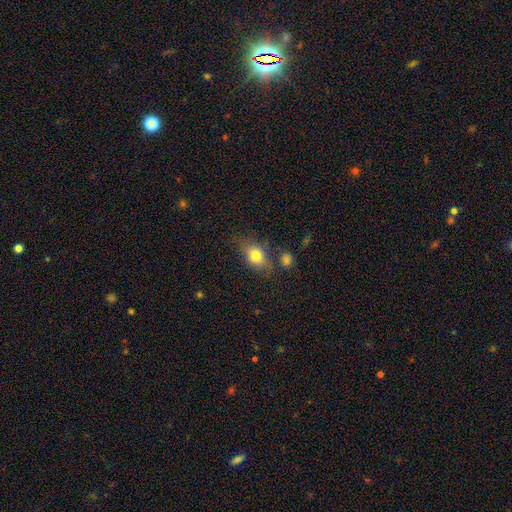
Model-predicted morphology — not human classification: type=smooth (77%); roundness=in between (75%); merging=none (66%).